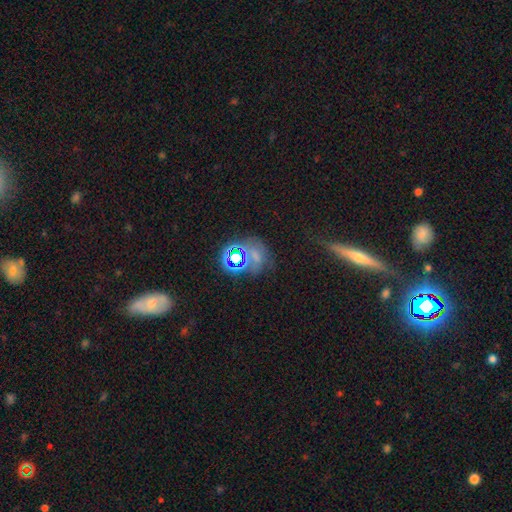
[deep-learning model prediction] Q: Smooth or featured?
A: star or artifact (49%); runner-up: smooth (33%)